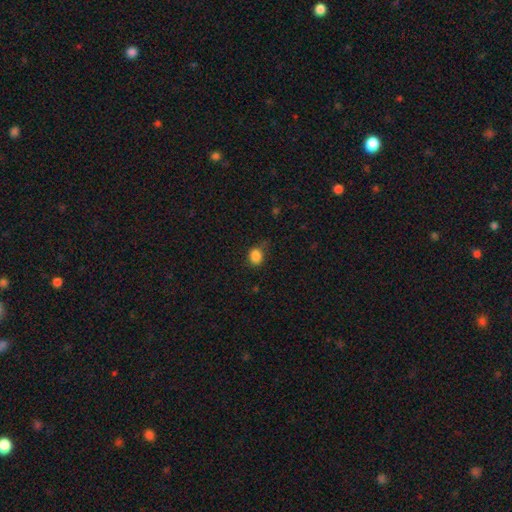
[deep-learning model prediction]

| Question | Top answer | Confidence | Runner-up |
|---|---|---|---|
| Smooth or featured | smooth | 85% | star or artifact (11%) |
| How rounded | round | 50% | in between (49%) |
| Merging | none | 65% | minor disturbance (26%) |